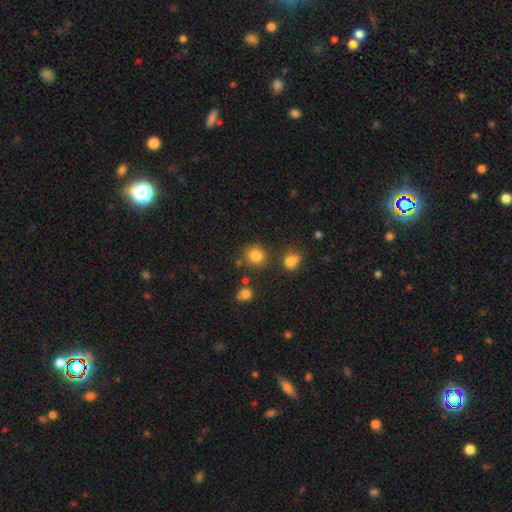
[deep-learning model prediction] Smooth or featured: smooth — 82% (star or artifact — 13%)
How rounded: round — 86% (in between — 13%)
Merging: none — 78% (minor disturbance — 10%)